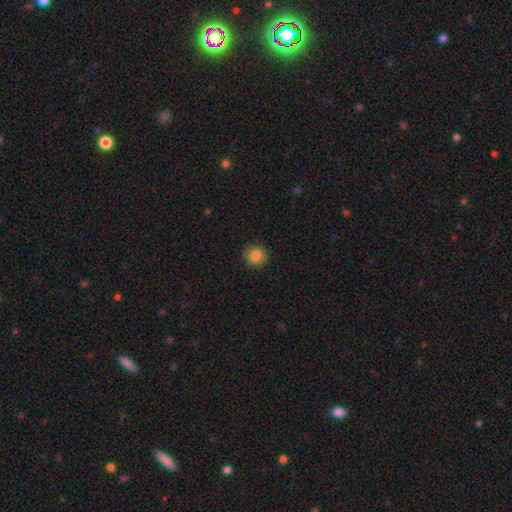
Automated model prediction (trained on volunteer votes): smooth-or-featured: smooth: 84% | star or artifact: 10% | featured or disk: 5%
  how-rounded: round: 93% | in between: 6% | cigar-shaped: 1%
  merging: none: 91% | minor disturbance: 6% | major disturbance: 2% | merger: 1%